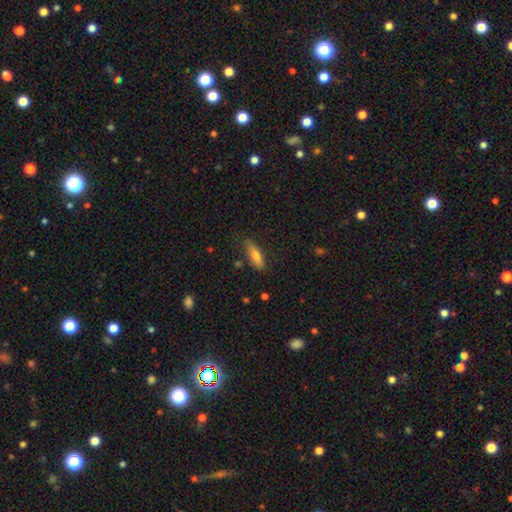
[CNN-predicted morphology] Smooth or featured: smooth — 74% (featured or disk — 20%)
How rounded: in between — 49% (cigar-shaped — 48%)
Merging: none — 76% (minor disturbance — 18%)